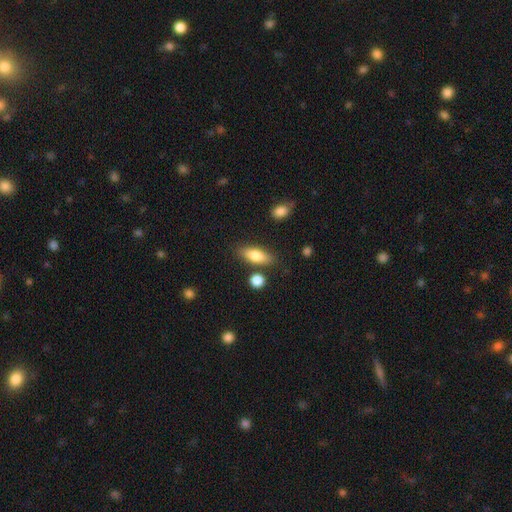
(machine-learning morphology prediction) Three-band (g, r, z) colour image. It shows a smooth galaxy with no disk features (79%) that is in between round and cigar-shaped (73%). Merging: none (77%).